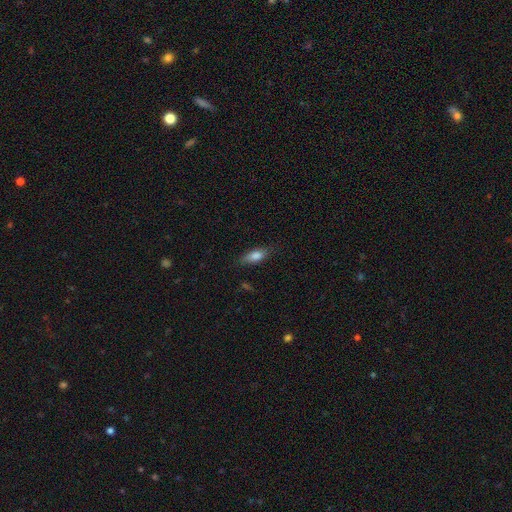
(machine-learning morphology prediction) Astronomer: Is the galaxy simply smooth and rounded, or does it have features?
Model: smooth — 77%.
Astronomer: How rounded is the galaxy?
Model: in between — 70%.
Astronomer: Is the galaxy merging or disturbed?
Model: none — 76%.